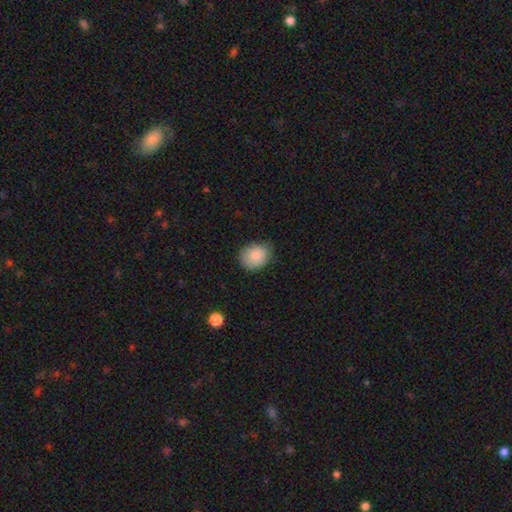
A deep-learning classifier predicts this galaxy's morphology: This is clearly a smooth galaxy (86%). How rounded: possibly round (58%). Merging: likely none (73%).